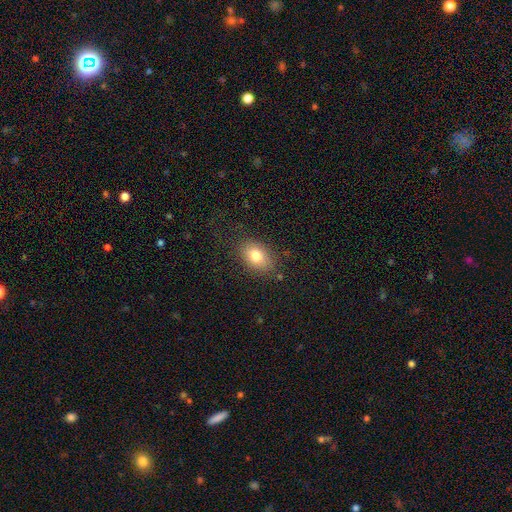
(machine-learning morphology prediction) smooth 79%, featured or disk 11%, star or artifact 10%. Down the decision tree: how rounded — in between (80%); merging — none (80%).